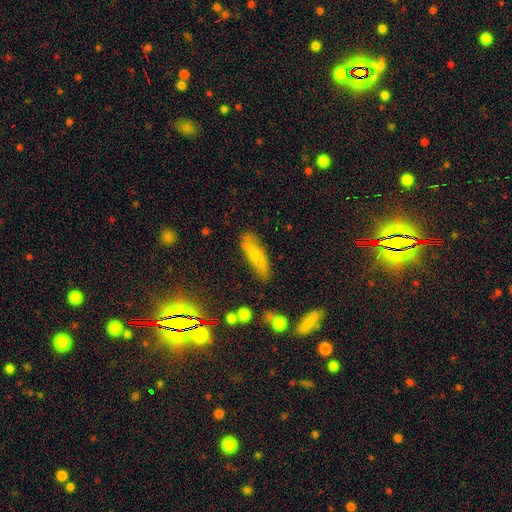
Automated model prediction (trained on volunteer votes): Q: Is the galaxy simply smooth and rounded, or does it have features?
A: smooth — 69%.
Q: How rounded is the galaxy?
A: cigar-shaped — 64%.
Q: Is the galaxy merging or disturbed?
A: none — 67%.